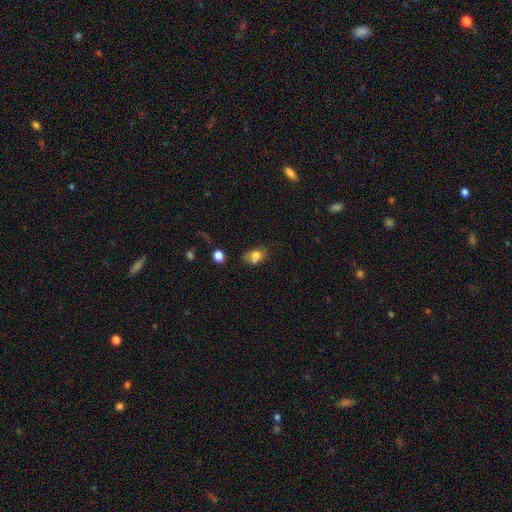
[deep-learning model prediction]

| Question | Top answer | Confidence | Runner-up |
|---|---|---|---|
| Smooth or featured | smooth | 73% | featured or disk (15%) |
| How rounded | in between | 70% | round (28%) |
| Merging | none | 41% | minor disturbance (24%) |